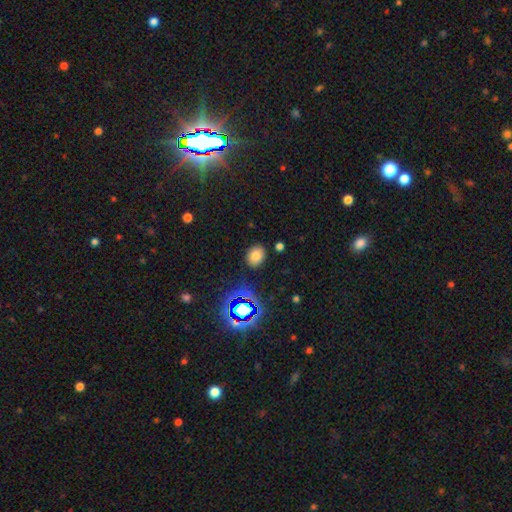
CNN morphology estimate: Q: Smooth or featured?
A: smooth (75%); runner-up: star or artifact (19%)
Q: How rounded?
A: in between (54%); runner-up: round (45%)
Q: Merging?
A: none (85%); runner-up: minor disturbance (10%)